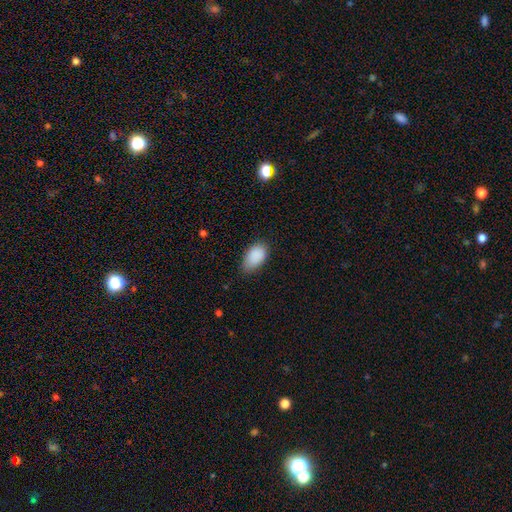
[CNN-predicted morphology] Overall: smooth (89%). How rounded: in between (93%). Merging: none (65%; minor disturbance 29%).